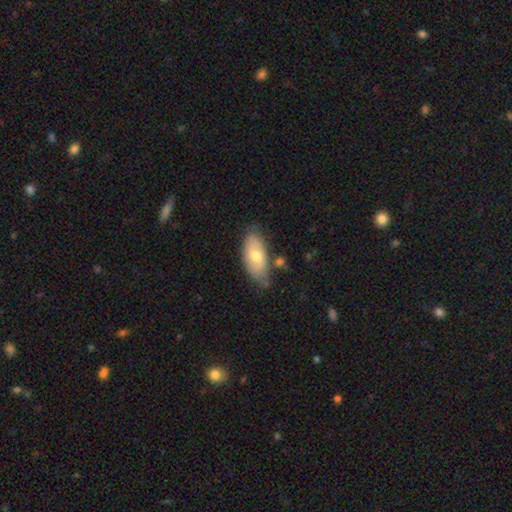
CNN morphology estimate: Overall: smooth (65%; featured or disk 30%). How rounded: in between (90%). Merging: none (64%; minor disturbance 25%).